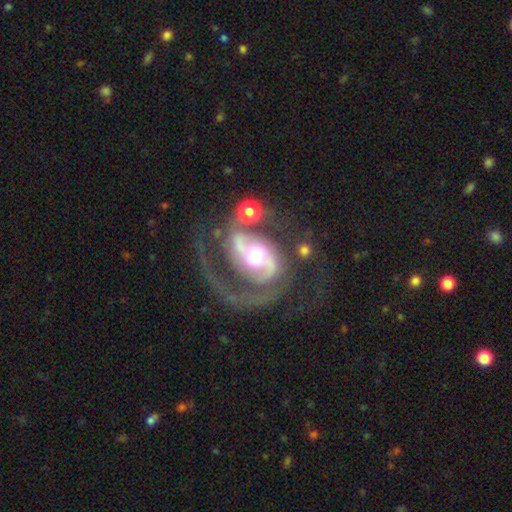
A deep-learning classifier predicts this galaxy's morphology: This is clearly a featured or disk galaxy (85%). It is clearly not viewed edge-on (97%). Bar: marginally no (40%). Spiral arm pattern: clearly yes (93%). Spiral arm count: likely 2 (72%). Spiral winding: possibly medium (48%). Central bulge: possibly moderate (60%). Merging: marginally none (40%).